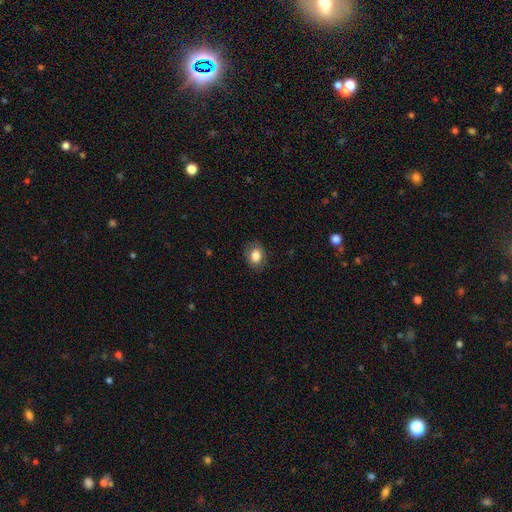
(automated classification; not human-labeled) Smooth or featured? smooth (83%)
How rounded? in between (68%)
Merging? none (83%)